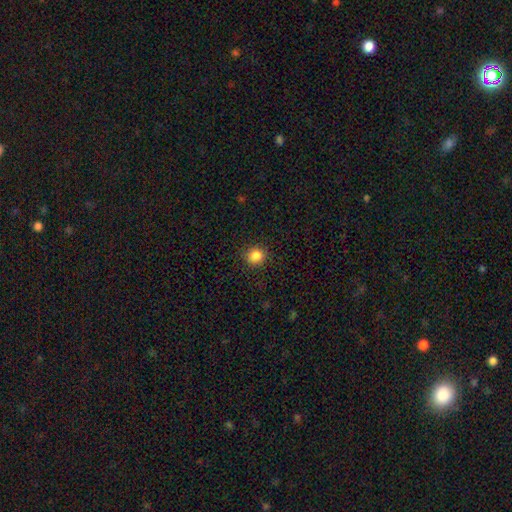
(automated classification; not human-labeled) This appears to be a smooth galaxy with no disk features (86%) that is round (87%). Merging: none (89%).